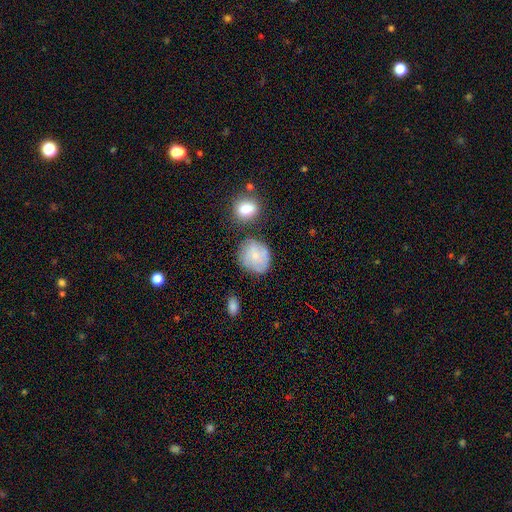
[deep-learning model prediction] The model was most divided on "smooth or featured": smooth: 56%, featured or disk: 35%, star or artifact: 9%. More confident: how rounded — round (66%); merging — none (59%).